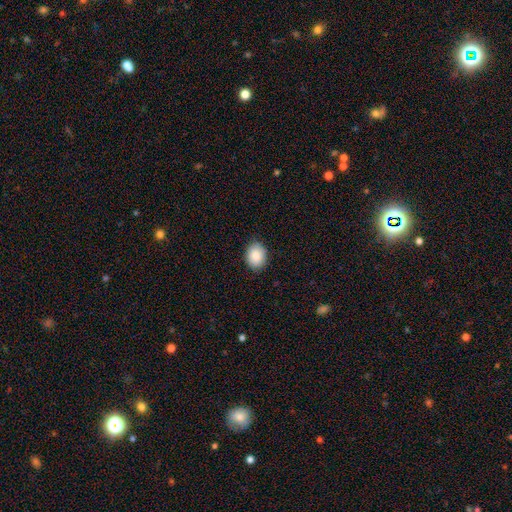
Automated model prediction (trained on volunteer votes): Morphology: type=smooth (87%); roundness=in between (61%); merging=none (87%).